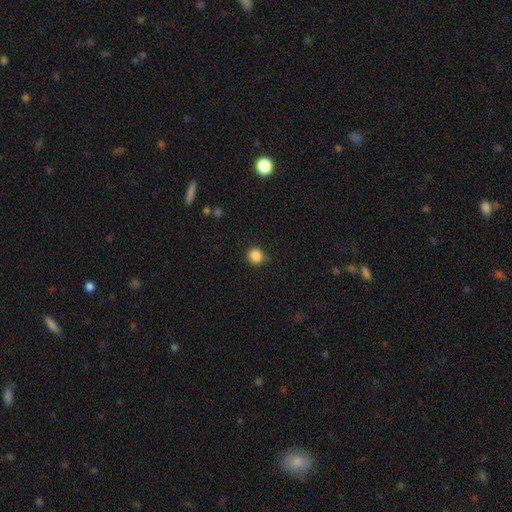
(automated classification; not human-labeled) This is clearly a smooth galaxy (86%). How rounded: clearly round (91%). Merging: clearly none (85%).